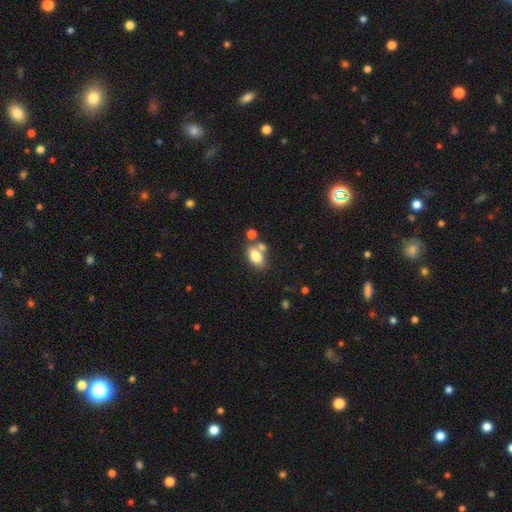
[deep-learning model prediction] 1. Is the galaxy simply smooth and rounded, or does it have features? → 78% smooth, 13% featured or disk, 9% star or artifact.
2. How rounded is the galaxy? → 88% in between, 9% round, 3% cigar-shaped.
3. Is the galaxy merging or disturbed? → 53% none, 29% merger, 13% minor disturbance, 5% major disturbance.